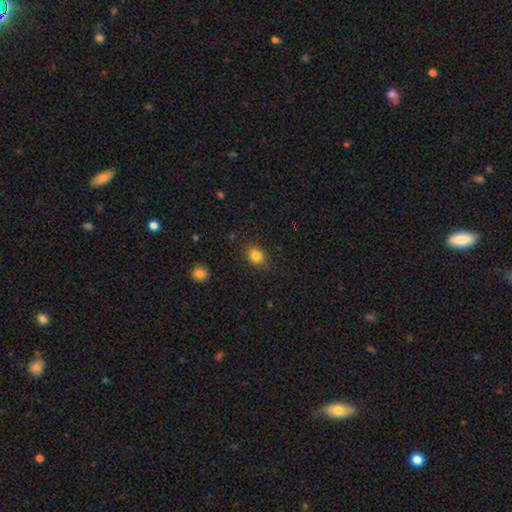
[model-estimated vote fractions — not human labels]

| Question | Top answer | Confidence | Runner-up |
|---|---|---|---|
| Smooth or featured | smooth | 84% | star or artifact (11%) |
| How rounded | round | 53% | in between (45%) |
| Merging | none | 82% | minor disturbance (13%) |